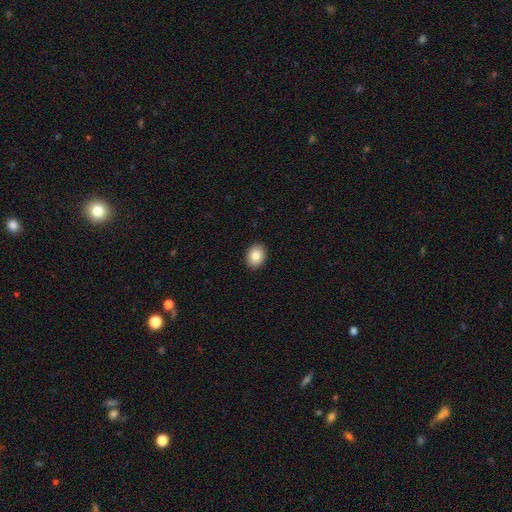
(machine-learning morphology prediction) Smooth or featured?
  - smooth: 86% *
  - star or artifact: 8%
  - featured or disk: 7%
How rounded?
  - in between: 60% *
  - round: 39%
  - cigar-shaped: 1%
Merging?
  - none: 91% *
  - minor disturbance: 7%
  - major disturbance: 2%
  - merger: 1%